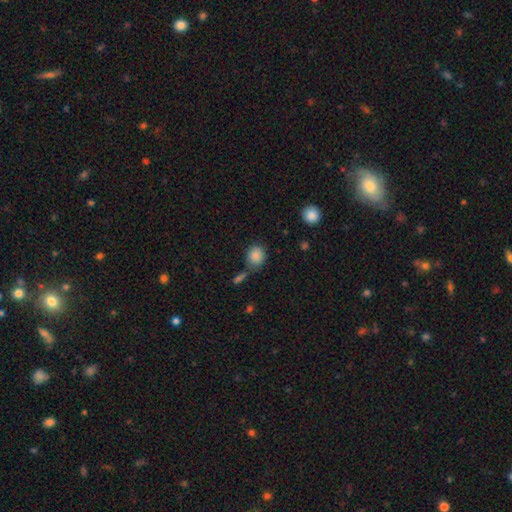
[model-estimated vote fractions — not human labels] Overall: smooth (86%). How rounded: round (76%). Merging: none (66%).